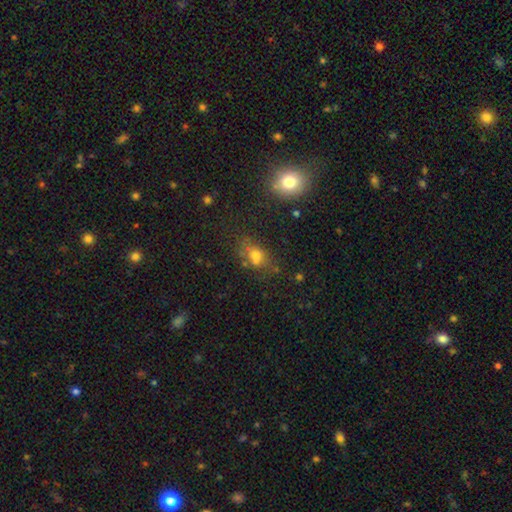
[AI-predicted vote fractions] Q: Smooth or featured?
A: smooth (61%); runner-up: star or artifact (22%)
Q: How rounded?
A: in between (55%); runner-up: round (42%)
Q: Merging?
A: none (50%); runner-up: merger (23%)